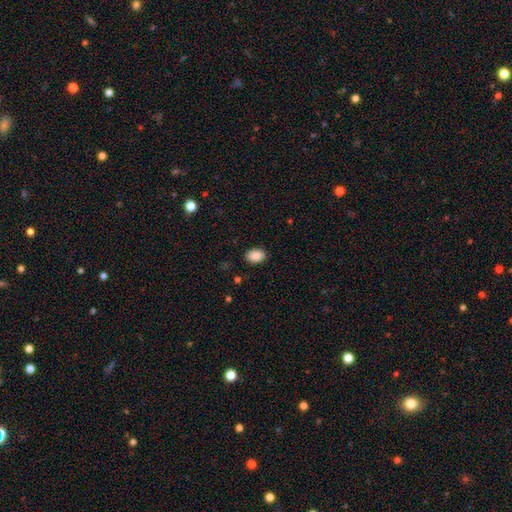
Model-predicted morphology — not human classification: Smooth or featured? smooth (89%)
How rounded? in between (76%)
Merging? none (87%)